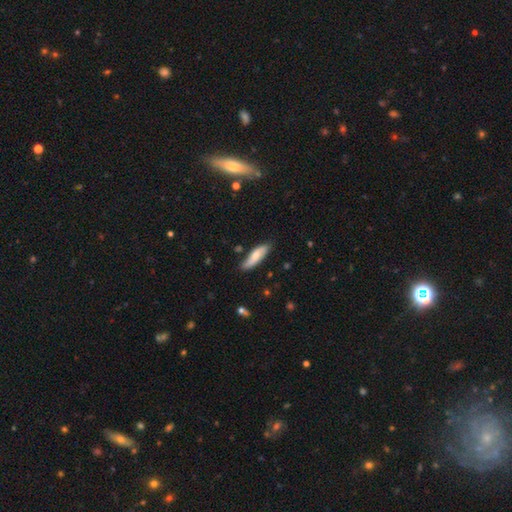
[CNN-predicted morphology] smooth-or-featured: smooth: 65% | featured or disk: 29% | star or artifact: 6%
  how-rounded: cigar-shaped: 51% | in between: 47% | round: 2%
  merging: none: 77% | minor disturbance: 18% | major disturbance: 3% | merger: 2%